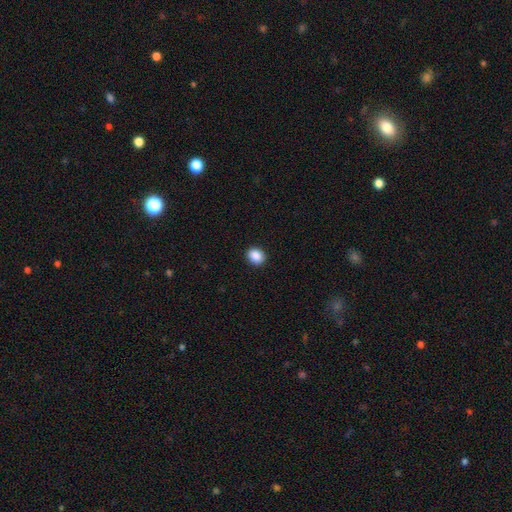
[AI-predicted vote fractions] The model was most divided on "how rounded": round: 59%, in between: 41%, cigar-shaped: 1%. More confident: merging — none (91%); smooth or featured — smooth (89%).